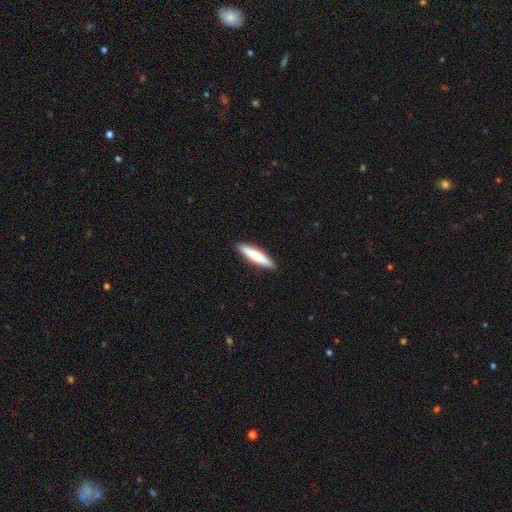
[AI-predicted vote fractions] Smooth or featured? smooth (74%)
How rounded? cigar-shaped (89%)
Merging? none (91%)